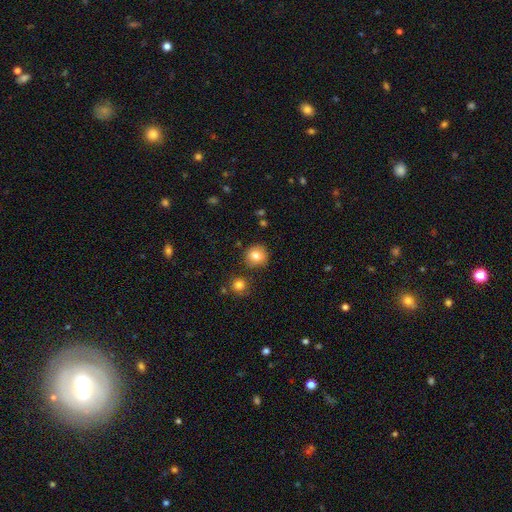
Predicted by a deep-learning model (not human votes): The model was most divided on "smooth or featured": smooth: 82%, star or artifact: 11%, featured or disk: 8%. More confident: how rounded — round (92%); merging — none (83%).